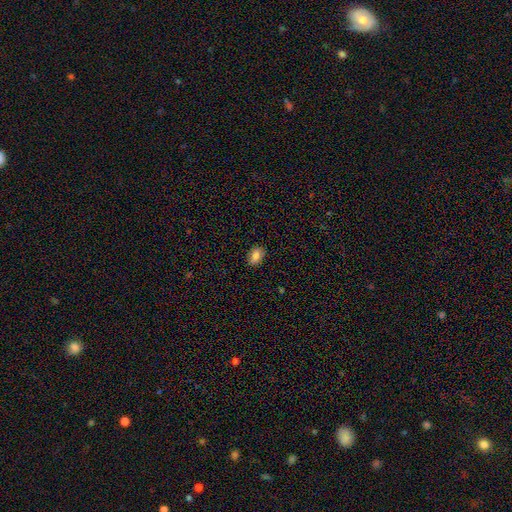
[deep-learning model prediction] A smooth galaxy with no disk features (84%) that is in between round and cigar-shaped (83%). Merging: none (85%).